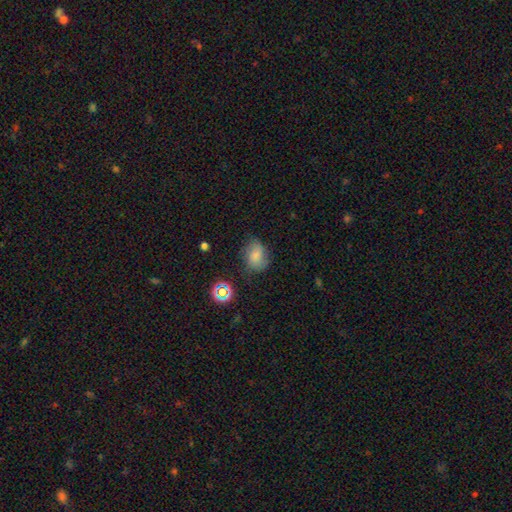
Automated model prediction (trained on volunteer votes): Smooth or featured: smooth — 69% (featured or disk — 17%)
How rounded: in between — 61% (round — 38%)
Merging: none — 62% (minor disturbance — 26%)